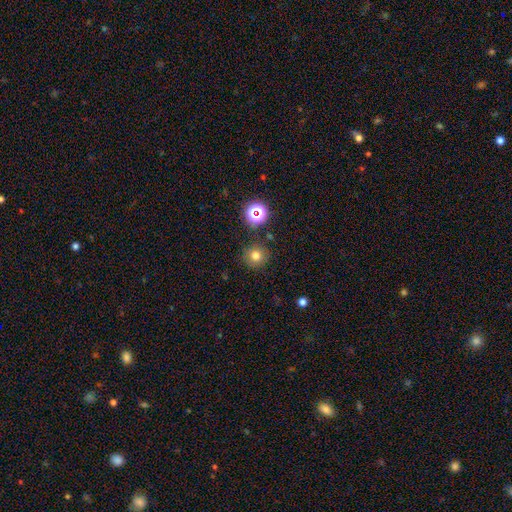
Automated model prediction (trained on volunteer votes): Smooth or featured? Predicted: smooth (p=0.72). How rounded? Predicted: round (p=0.94). Merging? Predicted: none (p=0.86).